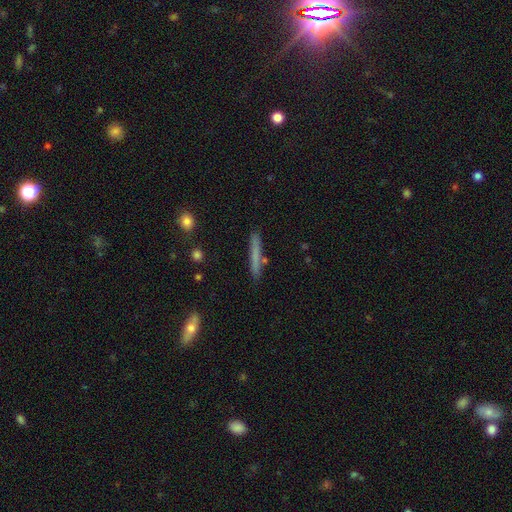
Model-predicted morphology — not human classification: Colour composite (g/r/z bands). It shows a smooth galaxy with no disk features (66%) that is cigar-shaped (95%). Merging: none (85%).